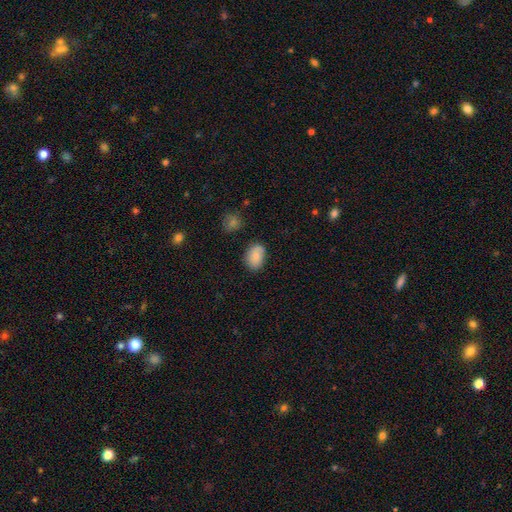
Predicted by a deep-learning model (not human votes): A smooth galaxy with no disk features (80%) that is in between round and cigar-shaped (82%).

Vote fractions:
- Smooth or featured? smooth: 80% / featured or disk: 12% / star or artifact: 8%
- How rounded? in between: 82% / round: 17% / cigar-shaped: 1%
- Merging? none: 73% / minor disturbance: 20% / major disturbance: 4% / merger: 3%